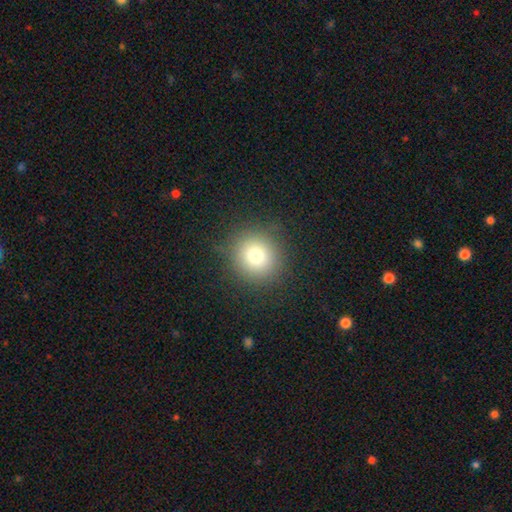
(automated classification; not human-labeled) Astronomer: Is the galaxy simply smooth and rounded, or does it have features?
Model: smooth — 76%.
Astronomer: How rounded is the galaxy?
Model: round — 91%.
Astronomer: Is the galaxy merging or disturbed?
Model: none — 87%.